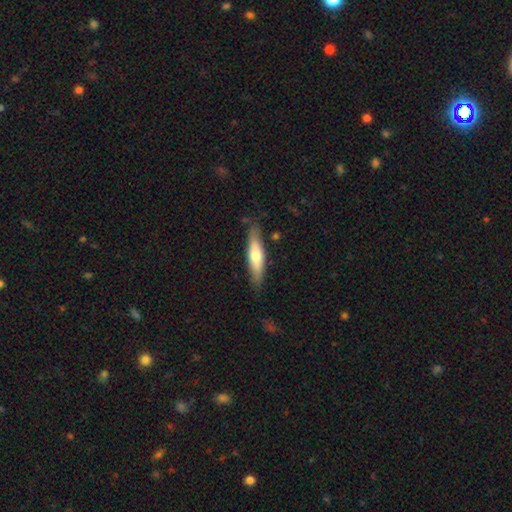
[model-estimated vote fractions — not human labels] The model was most divided on "smooth or featured": smooth: 60%, featured or disk: 35%, star or artifact: 5%. More confident: merging — none (81%); how rounded — cigar-shaped (71%).